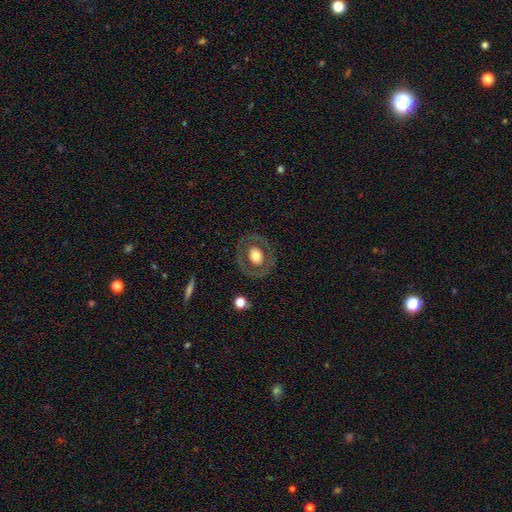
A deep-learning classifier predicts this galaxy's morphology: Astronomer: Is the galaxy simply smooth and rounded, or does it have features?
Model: featured or disk — 47% (runner-up: smooth, 46%).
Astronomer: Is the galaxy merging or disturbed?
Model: none — 82%.